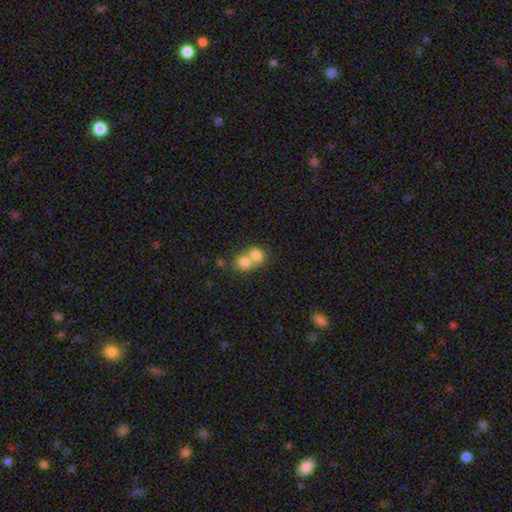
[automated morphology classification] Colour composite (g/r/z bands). It shows a smooth galaxy with no disk features (77%) that is round (68%). Merging: merger (67%).